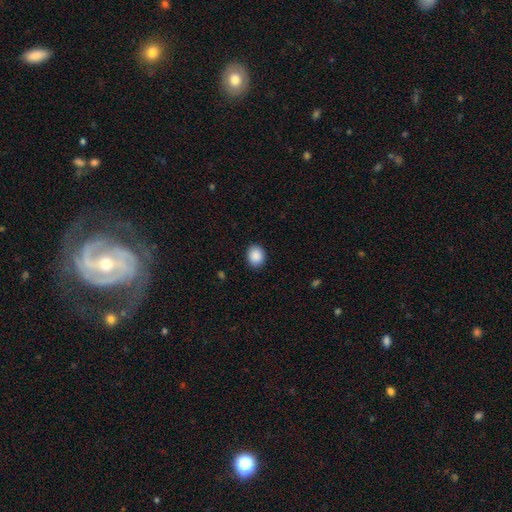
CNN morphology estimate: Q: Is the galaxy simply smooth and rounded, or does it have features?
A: smooth — 89%.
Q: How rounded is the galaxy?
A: in between — 51%.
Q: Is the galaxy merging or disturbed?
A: none — 90%.